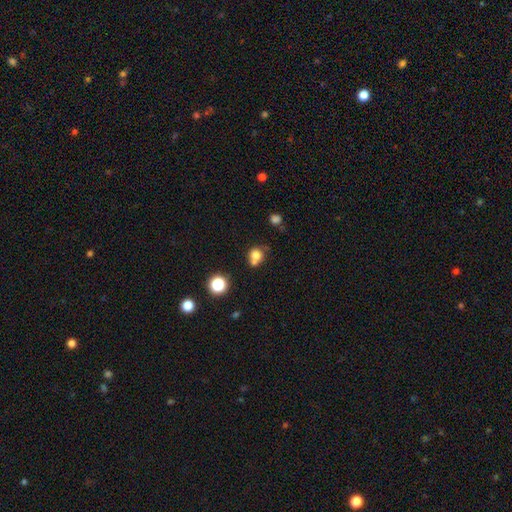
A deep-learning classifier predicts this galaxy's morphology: Smooth or featured? Predicted: smooth (p=0.77). How rounded? Predicted: round (p=0.81). Merging? Predicted: none (p=0.46).